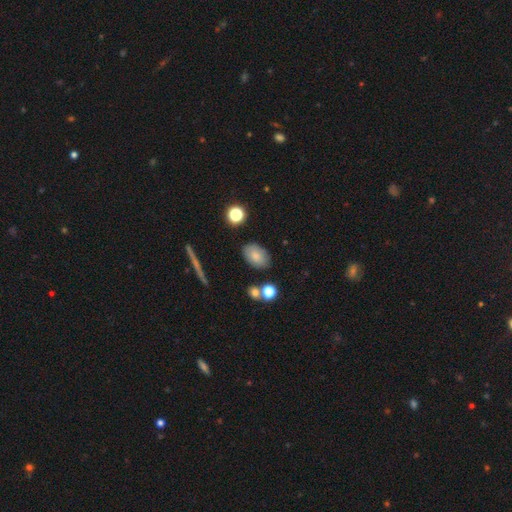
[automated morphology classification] A smooth galaxy with no disk features (78%) that is in between round and cigar-shaped (86%).

Vote fractions:
- Smooth or featured? smooth: 78% / featured or disk: 12% / star or artifact: 9%
- How rounded? in between: 86% / round: 12% / cigar-shaped: 1%
- Merging? none: 81% / minor disturbance: 12% / merger: 4% / major disturbance: 3%